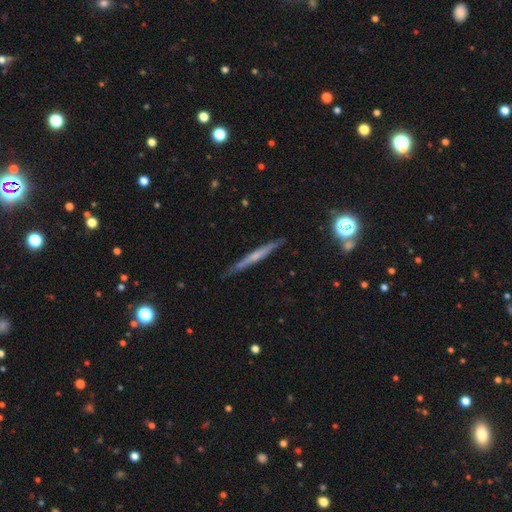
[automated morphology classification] This is possibly a featured or disk galaxy (56%). It is clearly viewed edge-on (96%). Edge-on bulge: likely none (66%). Merging: clearly none (87%).